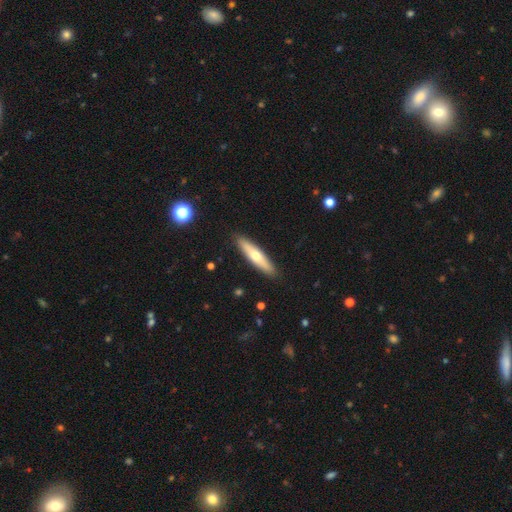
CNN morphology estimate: Smooth or featured? Predicted: smooth (p=0.54). How rounded? Predicted: cigar-shaped (p=0.78). Merging? Predicted: none (p=0.90).